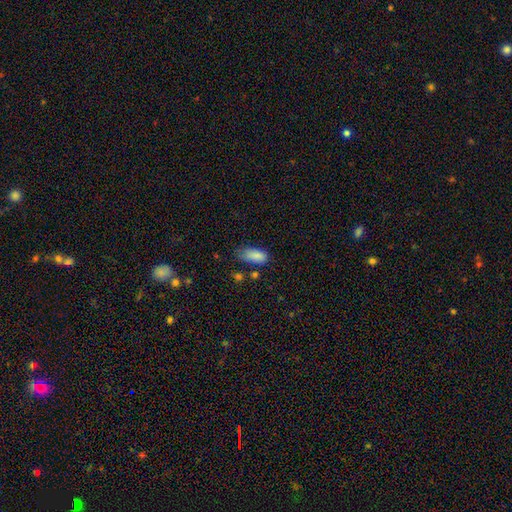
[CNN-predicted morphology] Smooth or featured? smooth (86%)
How rounded? in between (88%)
Merging? none (47%)